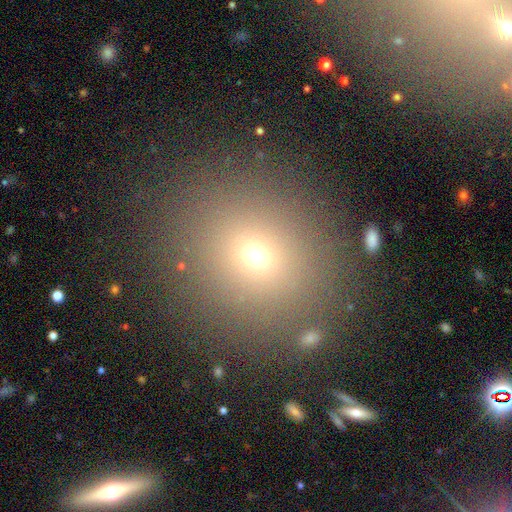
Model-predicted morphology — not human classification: smooth 67%, star or artifact 23%, featured or disk 10%. Down the decision tree: how rounded — round (70%); merging — none (81%).